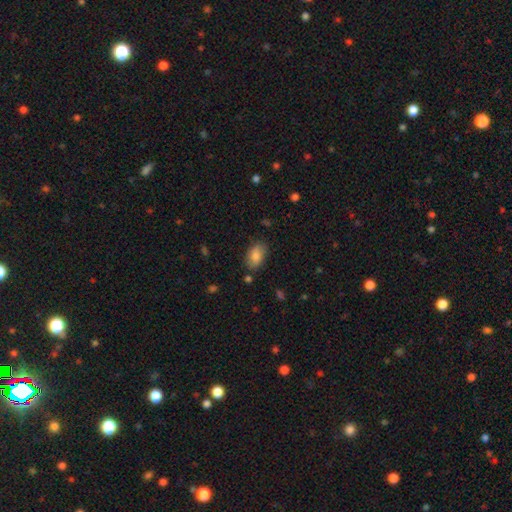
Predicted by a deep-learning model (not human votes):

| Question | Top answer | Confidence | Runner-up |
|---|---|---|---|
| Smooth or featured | smooth | 82% | featured or disk (11%) |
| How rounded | in between | 92% | round (5%) |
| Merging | none | 78% | minor disturbance (16%) |